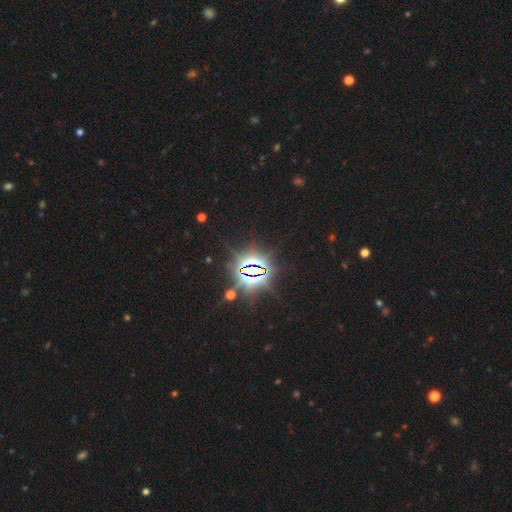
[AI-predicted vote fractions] smooth_or_featured: star or artifact (p=0.84) [alt: smooth p=0.09]